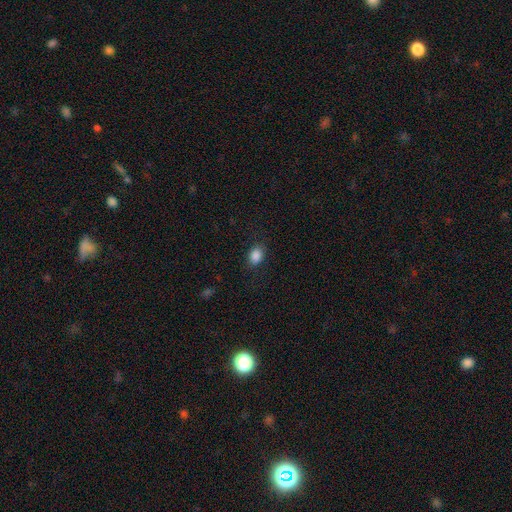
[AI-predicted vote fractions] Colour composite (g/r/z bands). It shows a smooth galaxy with no disk features (87%) that is in between round and cigar-shaped (70%). Merging: none (85%).